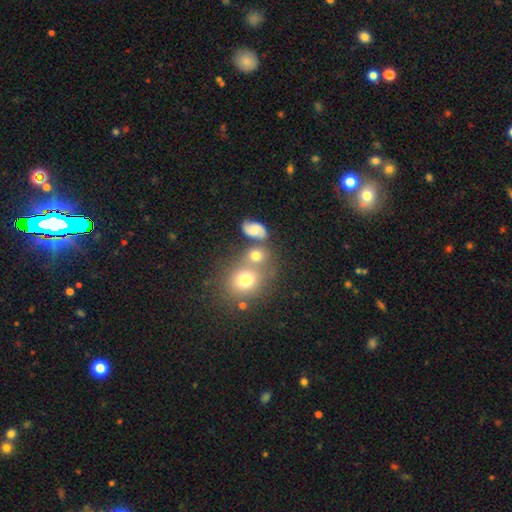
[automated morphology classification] smooth-or-featured: smooth: 68% | featured or disk: 18% | star or artifact: 15%
  how-rounded: round: 68% | in between: 31% | cigar-shaped: 1%
  merging: none: 49% | merger: 33% | minor disturbance: 11% | major disturbance: 6%